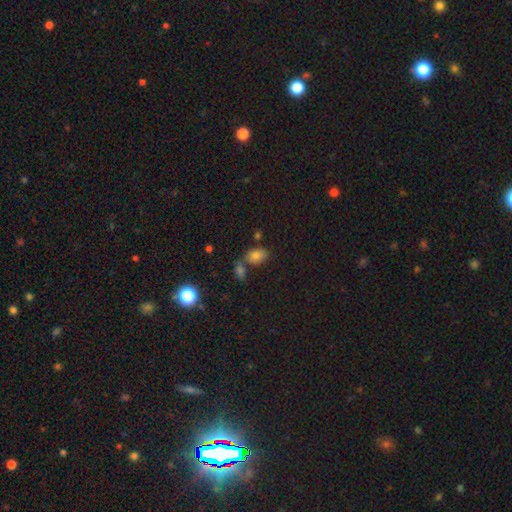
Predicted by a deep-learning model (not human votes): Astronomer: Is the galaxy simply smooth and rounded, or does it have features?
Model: smooth — 77%.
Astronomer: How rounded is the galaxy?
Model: in between — 80%.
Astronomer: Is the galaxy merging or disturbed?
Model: none — 54%.